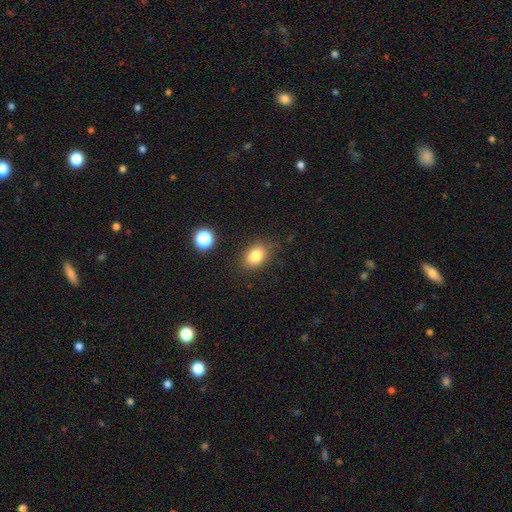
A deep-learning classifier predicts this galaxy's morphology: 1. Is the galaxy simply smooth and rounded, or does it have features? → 81% smooth, 11% star or artifact, 8% featured or disk.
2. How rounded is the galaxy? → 64% in between, 35% round, 1% cigar-shaped.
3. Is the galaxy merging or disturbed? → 79% none, 15% minor disturbance, 4% major disturbance, 2% merger.